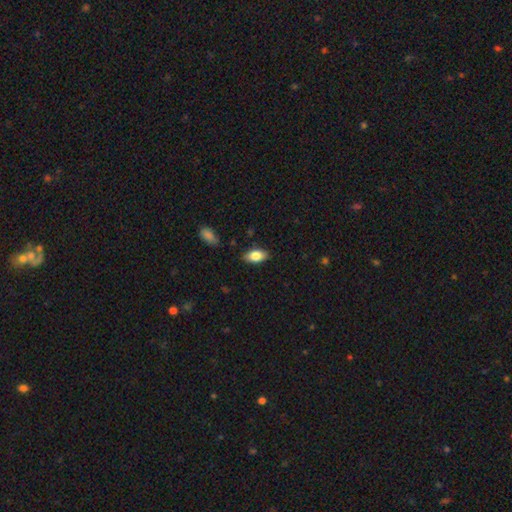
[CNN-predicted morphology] Overall: smooth (82%). How rounded: in between (91%). Merging: none (85%).